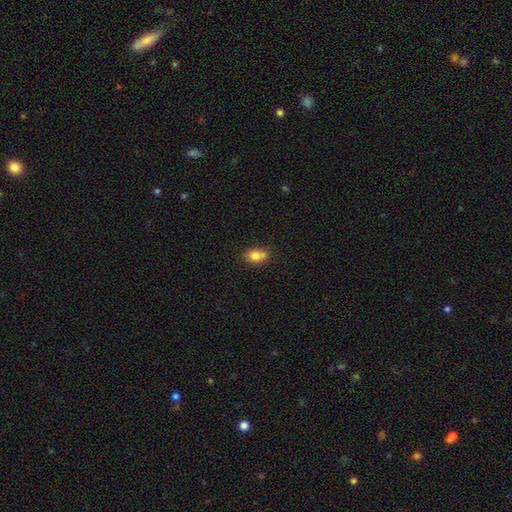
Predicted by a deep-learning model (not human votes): smooth-or-featured: smooth: 77% | featured or disk: 13% | star or artifact: 9%
  how-rounded: in between: 77% | round: 18% | cigar-shaped: 4%
  merging: none: 55% | merger: 21% | minor disturbance: 20% | major disturbance: 4%